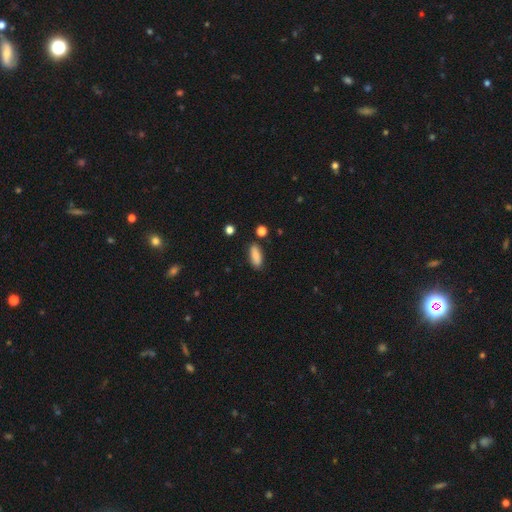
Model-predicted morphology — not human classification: smooth 84%, featured or disk 9%, star or artifact 7%. Down the decision tree: how rounded — in between (76%); merging — none (83%).